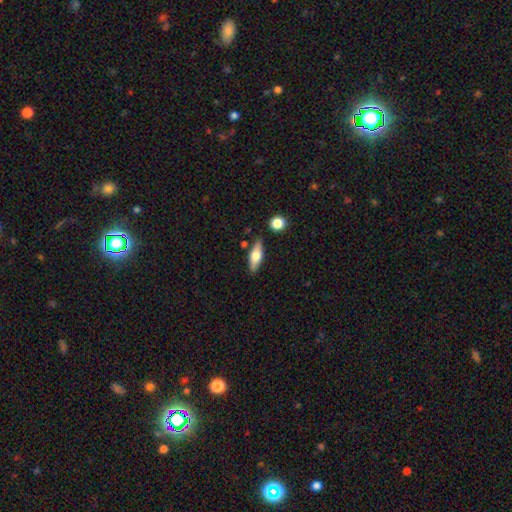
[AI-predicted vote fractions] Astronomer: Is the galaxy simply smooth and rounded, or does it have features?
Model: smooth — 58% (runner-up: featured or disk, 35%).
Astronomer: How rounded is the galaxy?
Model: in between — 61%.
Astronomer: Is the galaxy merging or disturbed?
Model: none — 82%.